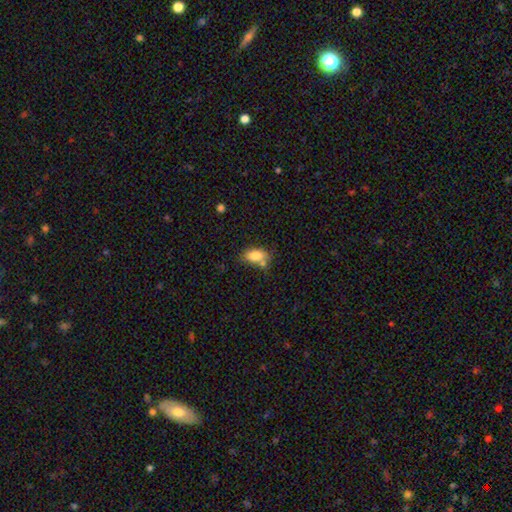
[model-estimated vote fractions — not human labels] This appears to be a smooth galaxy with no disk features (81%) that is in between round and cigar-shaped (88%). Merging: none (55%).